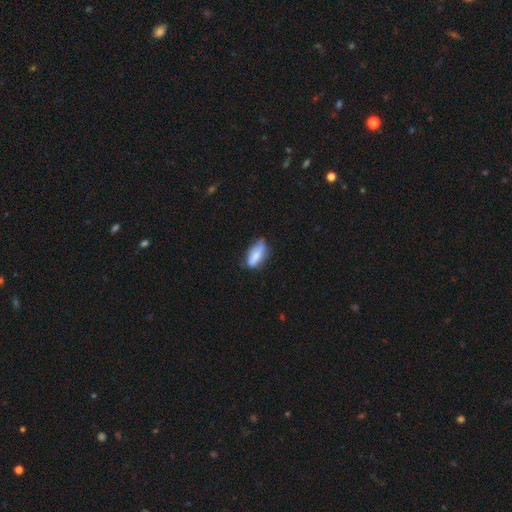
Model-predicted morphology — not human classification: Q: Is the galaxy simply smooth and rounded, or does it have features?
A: smooth — 75%.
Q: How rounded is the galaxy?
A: in between — 80%.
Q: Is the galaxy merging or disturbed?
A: none — 52%.